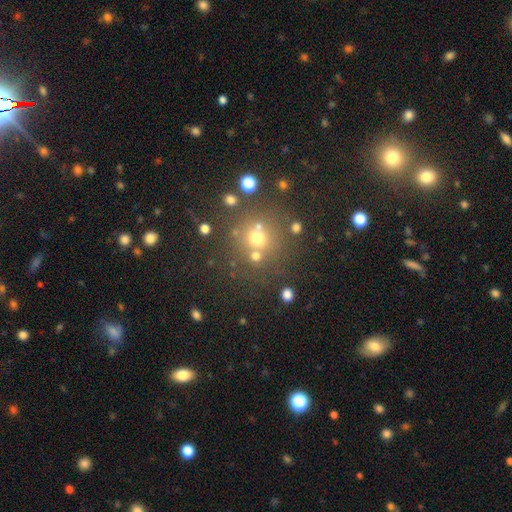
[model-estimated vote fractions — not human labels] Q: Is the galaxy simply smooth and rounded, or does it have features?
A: smooth — 65%.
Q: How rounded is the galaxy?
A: round — 88%.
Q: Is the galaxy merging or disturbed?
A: none — 69%.